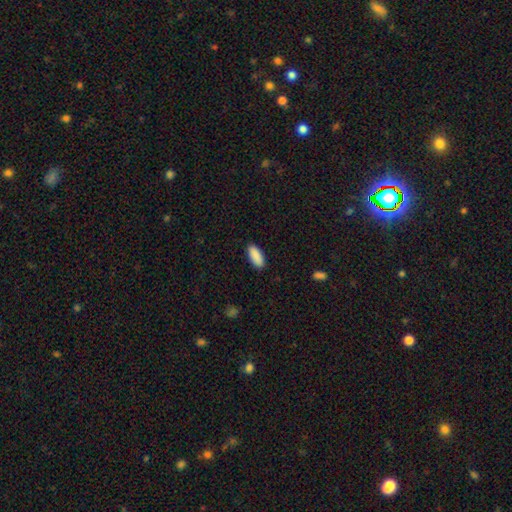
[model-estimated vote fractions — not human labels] Overall: smooth (91%). How rounded: in between (84%). Merging: none (89%).